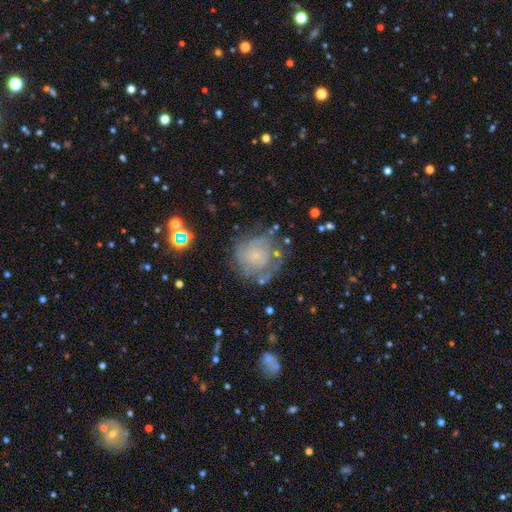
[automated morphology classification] smooth_or_featured: featured or disk (p=0.54) [alt: smooth p=0.34]
disk_edge_on: no (p=0.97) [alt: yes p=0.03]
bar: no (p=0.82) [alt: weak p=0.15]
has_spiral_arms: yes (p=0.66) [alt: no p=0.34]
bulge_size: small (p=0.66) [alt: none p=0.17]
merging: none (p=0.60) [alt: minor disturbance p=0.22]